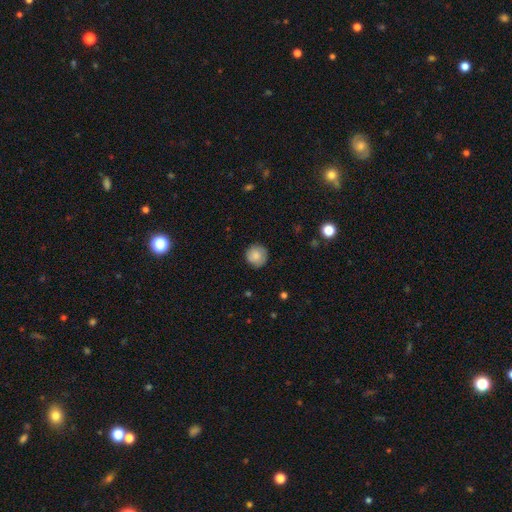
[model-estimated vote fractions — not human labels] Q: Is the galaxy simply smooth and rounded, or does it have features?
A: smooth — 84%.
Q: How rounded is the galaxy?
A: round — 94%.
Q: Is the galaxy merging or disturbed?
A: none — 87%.